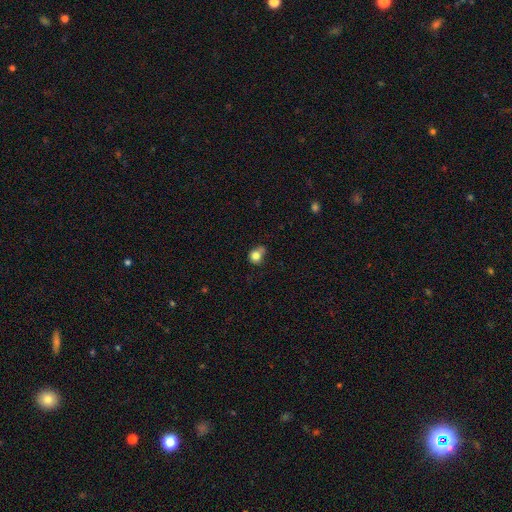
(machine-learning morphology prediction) This appears to be a smooth galaxy with no disk features (79%) that is round (69%). Merging: none (43%).